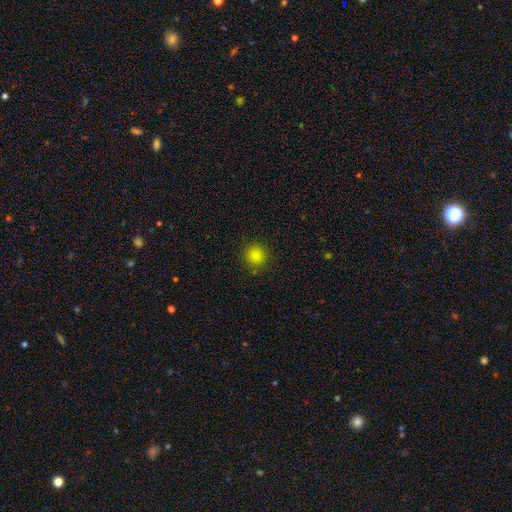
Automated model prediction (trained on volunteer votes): Smooth or featured?
  - smooth: 84% *
  - star or artifact: 12%
  - featured or disk: 3%
How rounded?
  - round: 93% *
  - in between: 6%
  - cigar-shaped: 1%
Merging?
  - none: 88% *
  - minor disturbance: 7%
  - major disturbance: 3%
  - merger: 2%